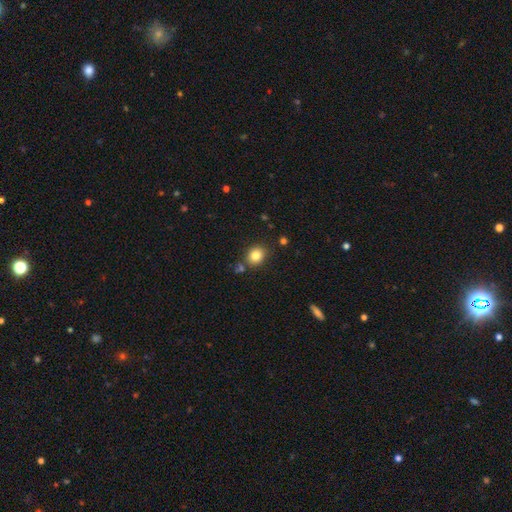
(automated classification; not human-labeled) Overall: smooth (82%). How rounded: round (69%; in between 30%). Merging: none (80%).